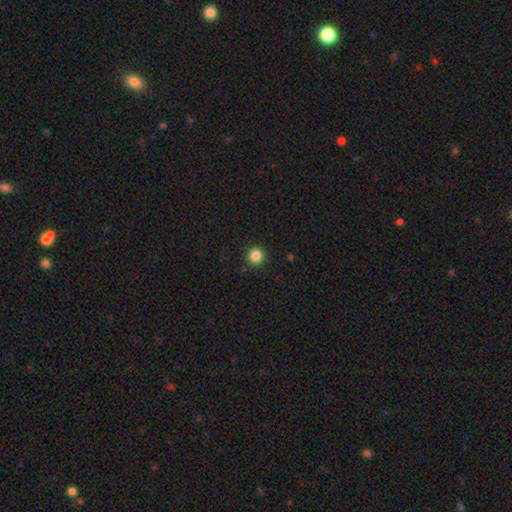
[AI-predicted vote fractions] A smooth galaxy with no disk features (85%) that is round (94%). Merging: none (92%).